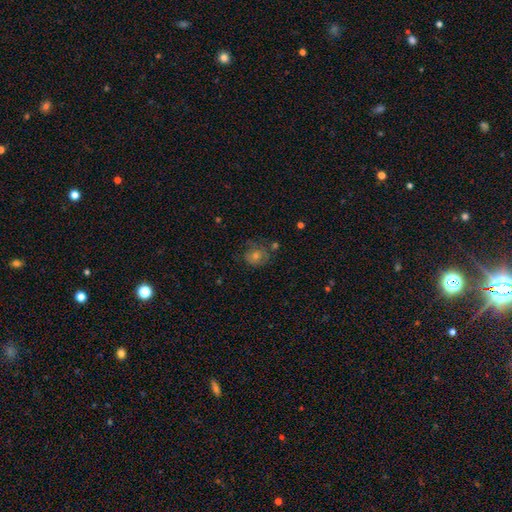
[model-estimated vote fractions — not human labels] This is marginally a smooth galaxy (44%). Merging: likely none (67%).